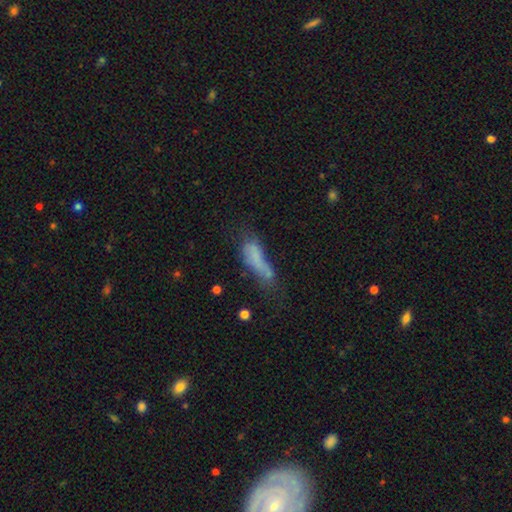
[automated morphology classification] This appears to be a smooth galaxy with no disk features (60%) that is cigar-shaped (60%). Merging: none (36%).